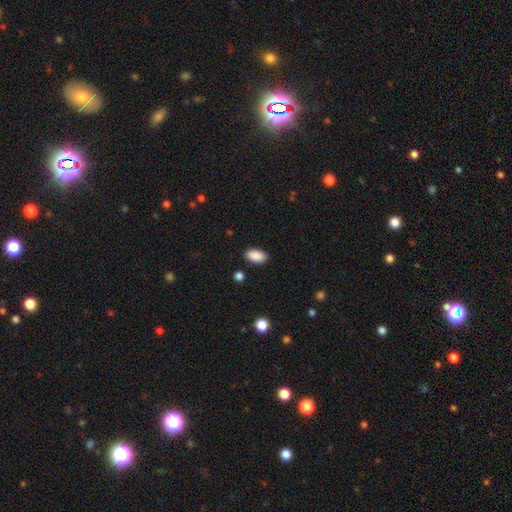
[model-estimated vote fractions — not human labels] A smooth galaxy with no disk features (89%) that is in between round and cigar-shaped (93%).

Vote fractions:
- Smooth or featured? smooth: 89% / star or artifact: 7% / featured or disk: 3%
- How rounded? in between: 93% / round: 5% / cigar-shaped: 2%
- Merging? none: 87% / minor disturbance: 9% / major disturbance: 2% / merger: 2%